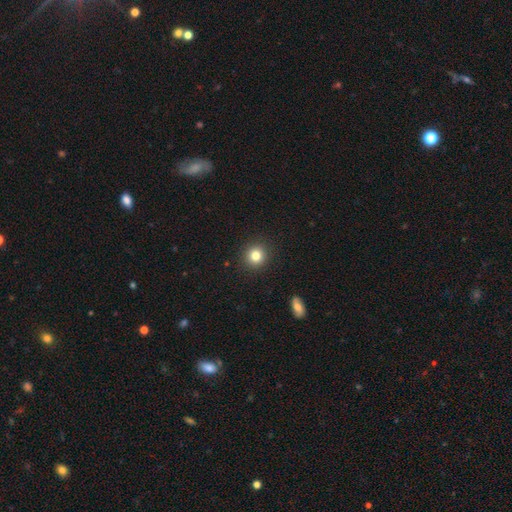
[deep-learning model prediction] A smooth galaxy with no disk features (82%) that is round (90%).

Vote fractions:
- Smooth or featured? smooth: 82% / star or artifact: 12% / featured or disk: 7%
- How rounded? round: 90% / in between: 9% / cigar-shaped: 1%
- Merging? none: 92% / minor disturbance: 5% / major disturbance: 2% / merger: 1%